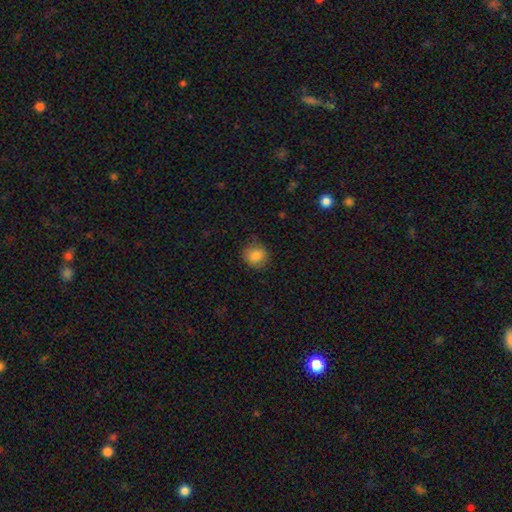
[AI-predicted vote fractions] A smooth galaxy with no disk features (84%) that is round (84%). Merging: none (79%).